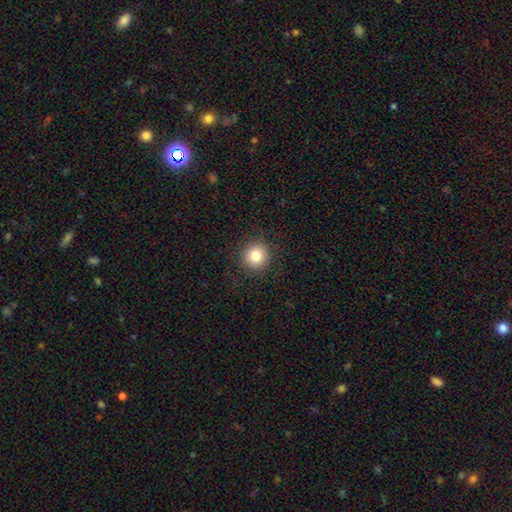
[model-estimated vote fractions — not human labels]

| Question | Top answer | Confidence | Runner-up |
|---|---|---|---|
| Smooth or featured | smooth | 83% | star or artifact (11%) |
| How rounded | round | 90% | in between (9%) |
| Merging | none | 90% | minor disturbance (7%) |